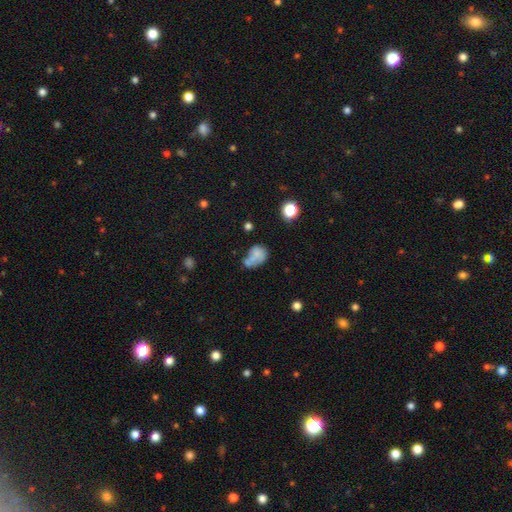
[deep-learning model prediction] Overall: smooth (62%; featured or disk 26%). How rounded: in between (67%; round 31%). Merging: merger (30%; none 27%).